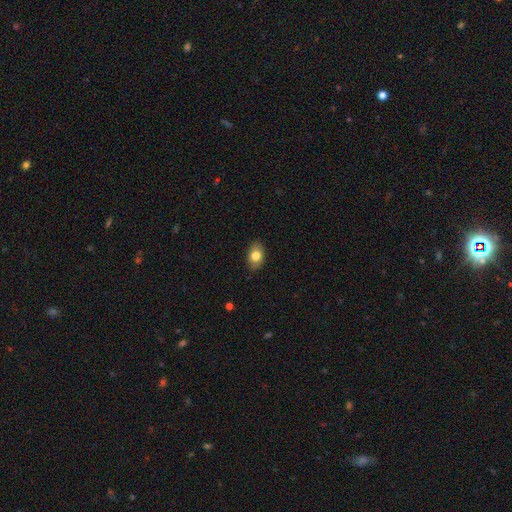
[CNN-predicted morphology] smooth-or-featured: smooth: 80% | featured or disk: 12% | star or artifact: 8%
  how-rounded: in between: 82% | round: 16% | cigar-shaped: 1%
  merging: none: 86% | minor disturbance: 11% | major disturbance: 2% | merger: 1%